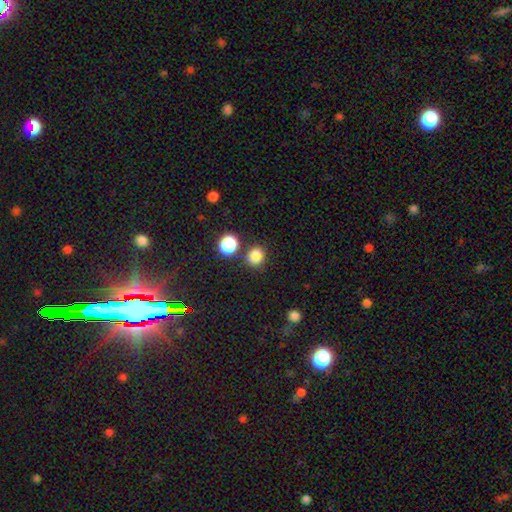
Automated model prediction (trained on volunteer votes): Overall: smooth (81%). How rounded: round (82%). Merging: none (75%).